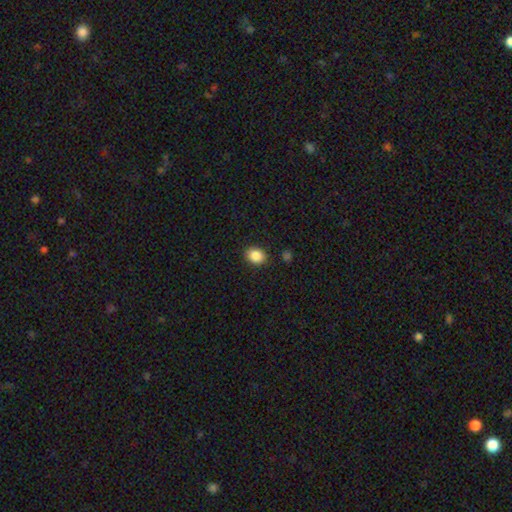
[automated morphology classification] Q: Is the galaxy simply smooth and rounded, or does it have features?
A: smooth — 87%.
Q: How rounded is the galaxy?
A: round — 50%, tied with in between.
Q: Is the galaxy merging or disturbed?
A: none — 87%.